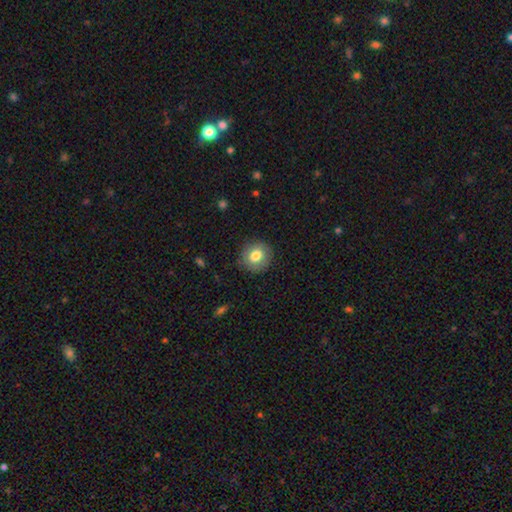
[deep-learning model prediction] smooth 79%, featured or disk 12%, star or artifact 9%. Down the decision tree: how rounded — round (87%); merging — none (87%).